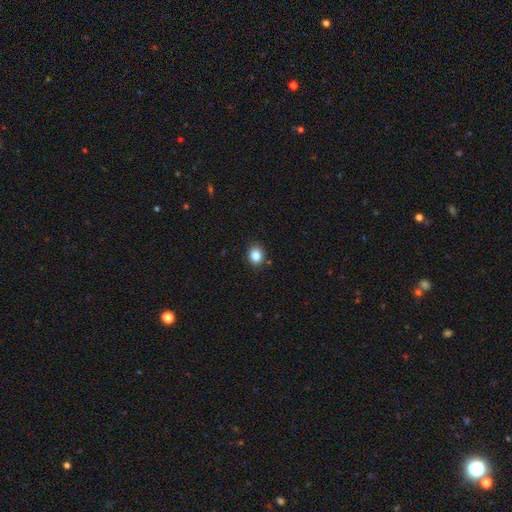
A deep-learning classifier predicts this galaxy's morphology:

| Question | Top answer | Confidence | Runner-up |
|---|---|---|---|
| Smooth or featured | smooth | 83% | star or artifact (11%) |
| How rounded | round | 64% | in between (35%) |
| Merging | none | 88% | minor disturbance (8%) |